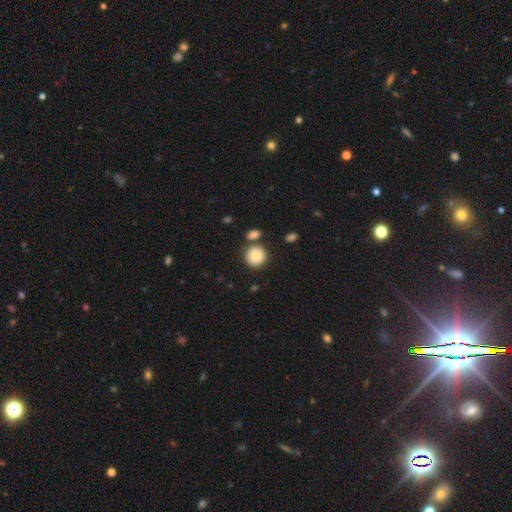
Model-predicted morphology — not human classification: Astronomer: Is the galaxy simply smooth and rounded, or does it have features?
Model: smooth — 86%.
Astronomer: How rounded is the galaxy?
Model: round — 91%.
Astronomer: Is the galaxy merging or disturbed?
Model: none — 75%.